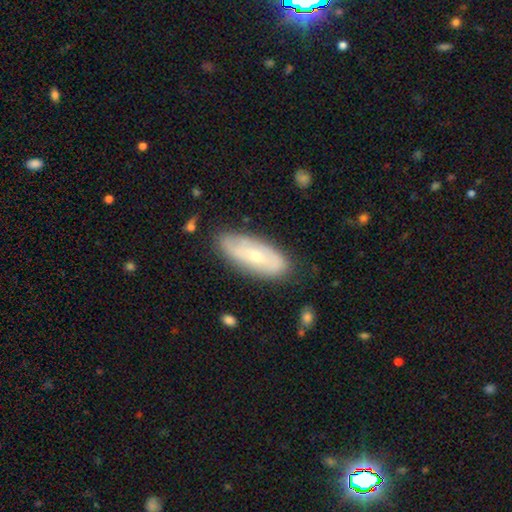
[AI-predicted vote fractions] Smooth or featured? Predicted: featured or disk (p=0.54). Edge-on disk? Predicted: no (p=0.84). Merging? Predicted: none (p=0.78).